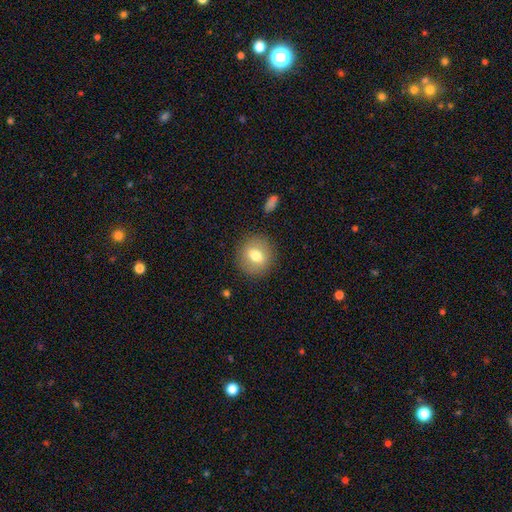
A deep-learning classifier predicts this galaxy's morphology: A smooth galaxy with no disk features (69%) that is round (80%).

Vote fractions:
- Smooth or featured? smooth: 69% / featured or disk: 22% / star or artifact: 9%
- How rounded? round: 80% / in between: 18% / cigar-shaped: 1%
- Merging? none: 87% / minor disturbance: 9% / major disturbance: 3% / merger: 1%